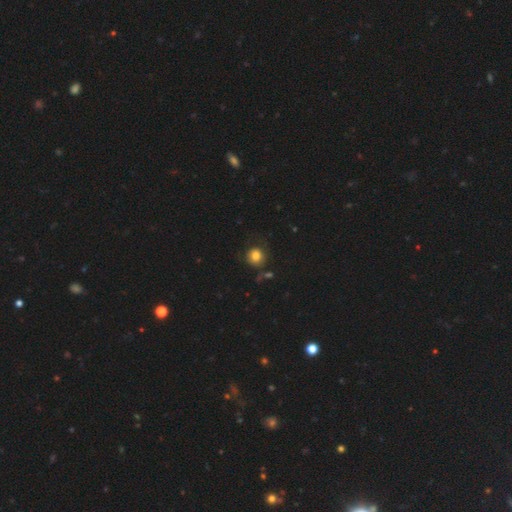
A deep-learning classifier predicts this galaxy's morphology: type=smooth (82%); roundness=round (90%); merging=none (76%).